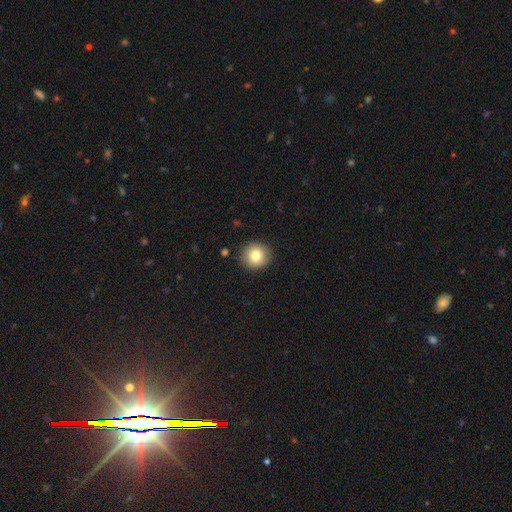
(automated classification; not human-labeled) Smooth or featured: smooth — 82% (star or artifact — 9%)
How rounded: round — 93% (in between — 6%)
Merging: none — 90% (minor disturbance — 7%)